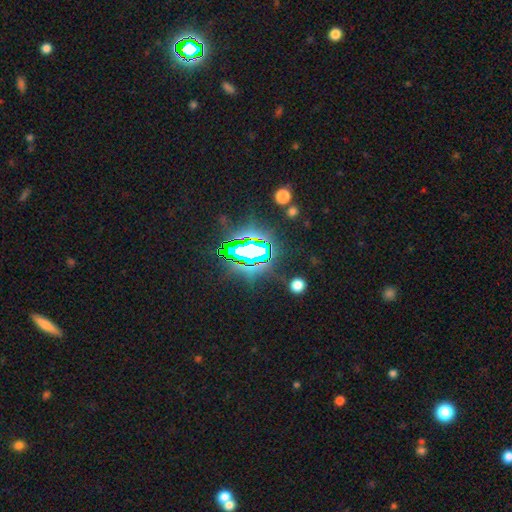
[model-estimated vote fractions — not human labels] This is clearly a star or artifact rather than a galaxy (82%).